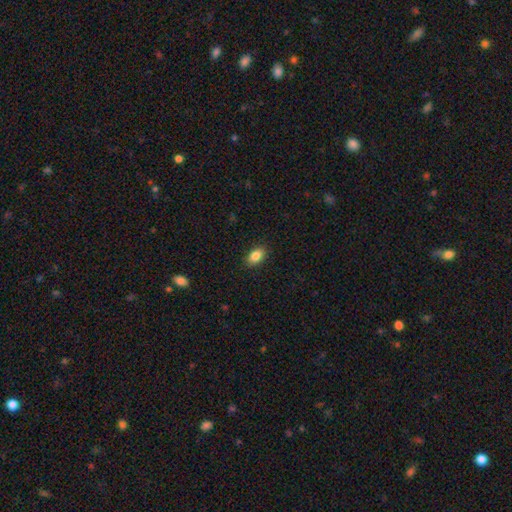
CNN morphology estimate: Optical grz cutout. It shows a smooth galaxy with no disk features (86%) that is in between round and cigar-shaped (90%). Merging: none (89%).